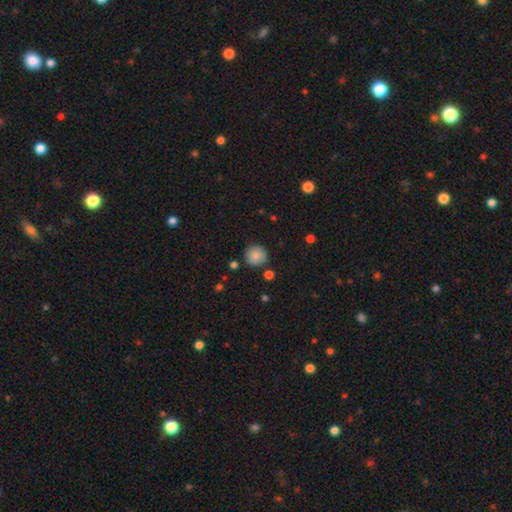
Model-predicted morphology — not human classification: smooth-or-featured: smooth: 86% | star or artifact: 9% | featured or disk: 6%
  how-rounded: round: 92% | in between: 7% | cigar-shaped: 1%
  merging: none: 82% | minor disturbance: 11% | merger: 4% | major disturbance: 3%